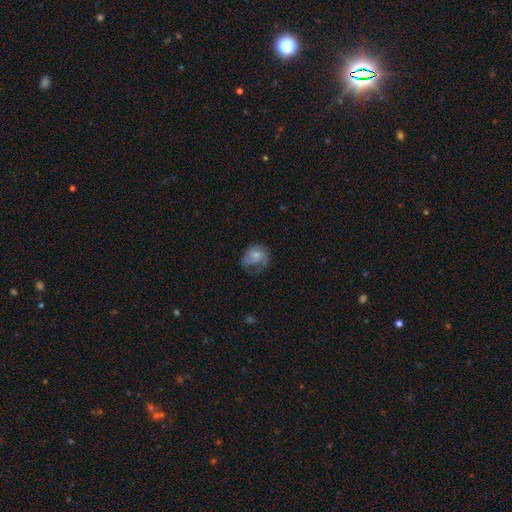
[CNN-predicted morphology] smooth 56%, featured or disk 35%, star or artifact 8%. Down the decision tree: how rounded — in between (51%); merging — none (35%).